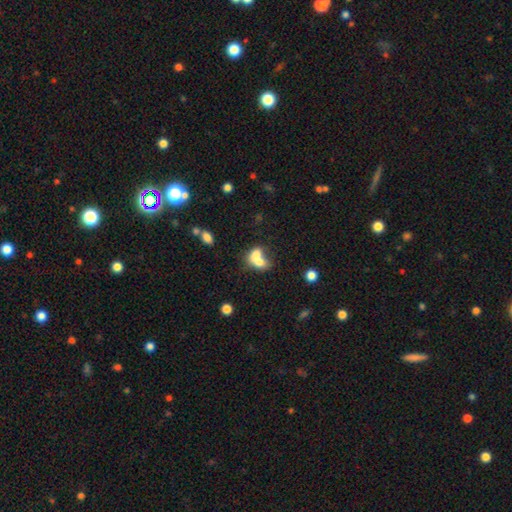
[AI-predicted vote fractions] Smooth or featured?
  - smooth: 69% *
  - featured or disk: 21%
  - star or artifact: 10%
How rounded?
  - in between: 65% *
  - round: 34%
  - cigar-shaped: 2%
Merging?
  - merger: 73% *
  - none: 17%
  - minor disturbance: 6%
  - major disturbance: 5%